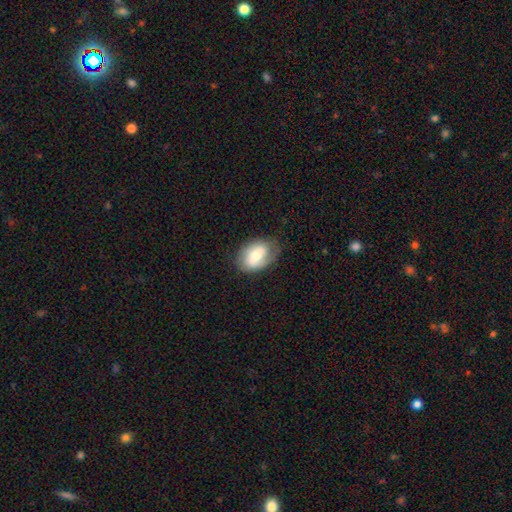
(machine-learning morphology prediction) smooth-or-featured: smooth: 54% | featured or disk: 39% | star or artifact: 7%
  how-rounded: in between: 81% | round: 18% | cigar-shaped: 1%
  merging: none: 70% | minor disturbance: 22% | major disturbance: 7% | merger: 1%